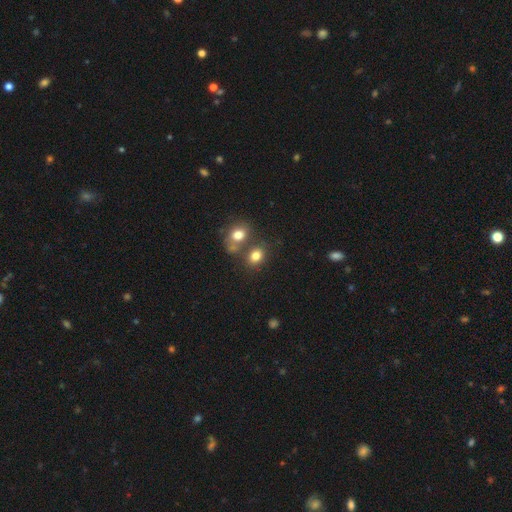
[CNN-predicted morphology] Q: Smooth or featured?
A: smooth (79%); runner-up: star or artifact (12%)
Q: How rounded?
A: in between (50%); runner-up: round (49%)
Q: Merging?
A: none (52%); runner-up: merger (32%)